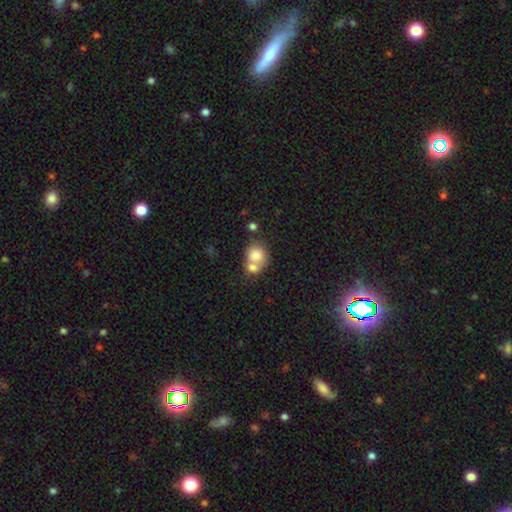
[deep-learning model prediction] Smooth or featured? smooth (77%)
How rounded? round (72%)
Merging? merger (60%)